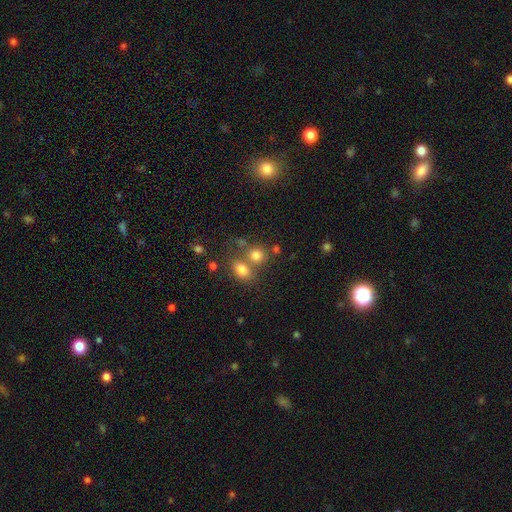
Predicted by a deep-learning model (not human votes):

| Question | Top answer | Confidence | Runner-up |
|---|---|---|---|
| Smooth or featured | smooth | 76% | star or artifact (15%) |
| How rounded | round | 65% | in between (34%) |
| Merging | none | 50% | merger (36%) |